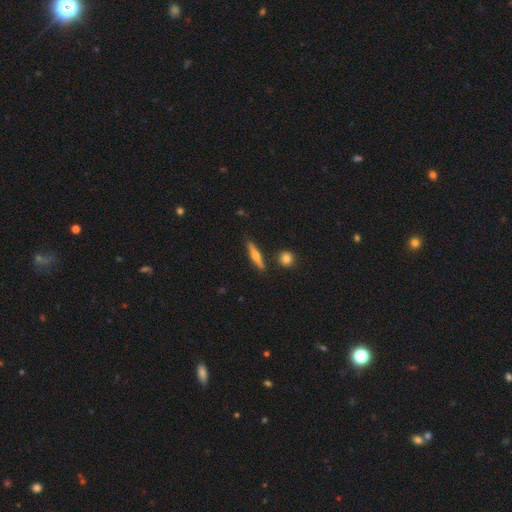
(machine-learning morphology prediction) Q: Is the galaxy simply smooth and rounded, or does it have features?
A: featured or disk — 55%.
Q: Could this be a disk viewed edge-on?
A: yes — 95%.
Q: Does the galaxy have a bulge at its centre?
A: rounded — 91%.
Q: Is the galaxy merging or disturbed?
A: none — 86%.